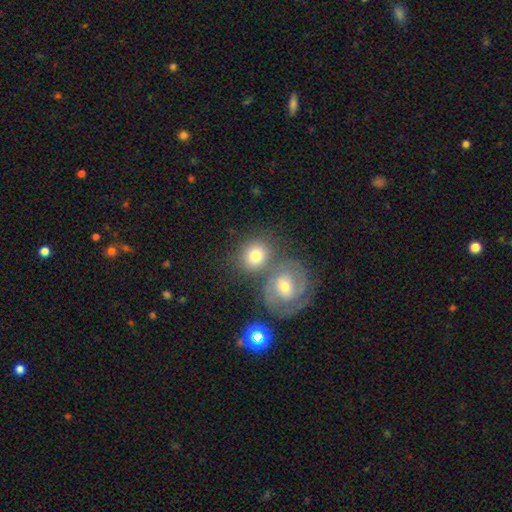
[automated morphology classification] Smooth or featured: smooth — 62% (featured or disk — 29%)
How rounded: round — 74% (in between — 25%)
Merging: none — 48% (merger — 36%)